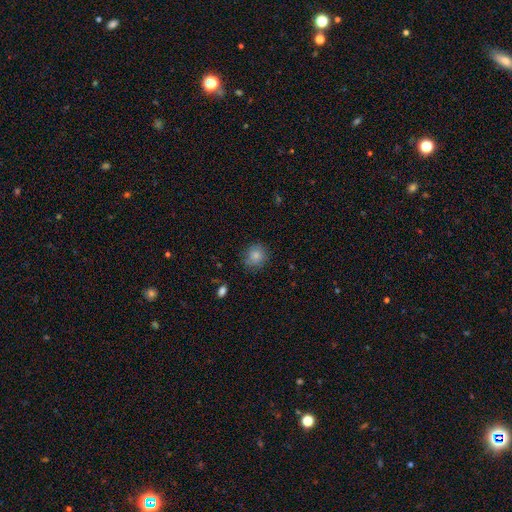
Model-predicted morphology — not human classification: This appears to be a smooth galaxy with no disk features (79%) that is round (84%). Merging: none (76%).